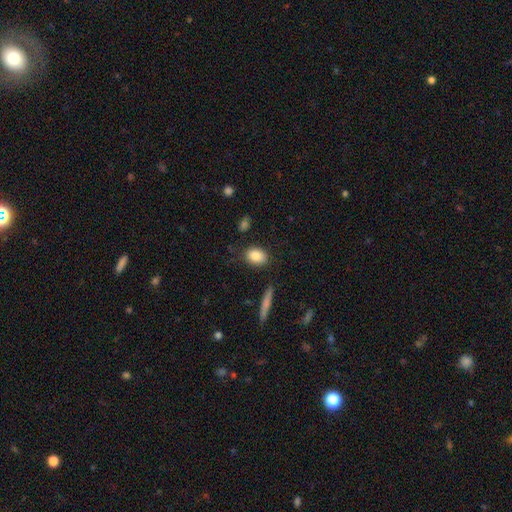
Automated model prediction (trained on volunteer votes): Morphology: type=smooth (85%); roundness=in between (75%); merging=none (82%).